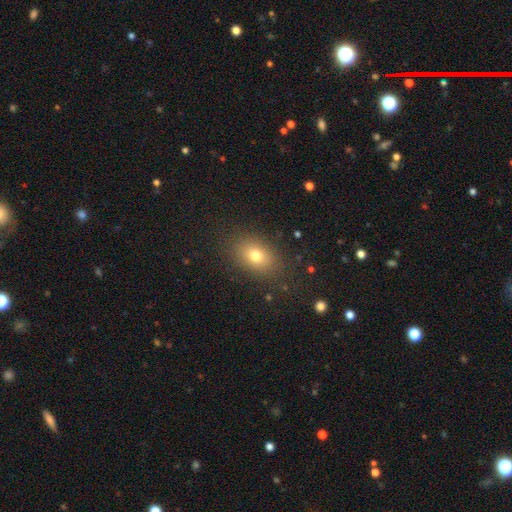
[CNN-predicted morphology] A smooth galaxy with no disk features (76%) that is in between round and cigar-shaped (76%). Merging: none (84%).